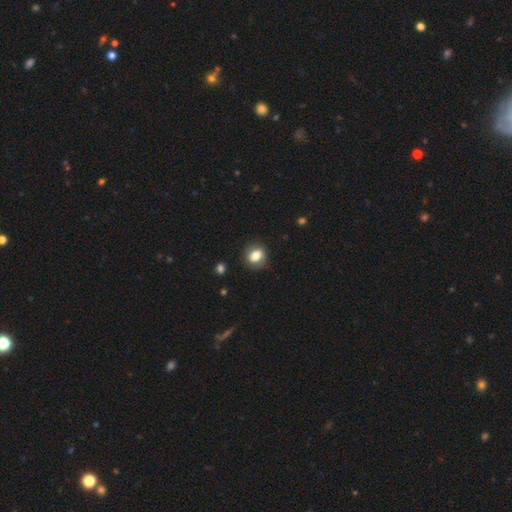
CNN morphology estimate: Smooth or featured: smooth — 77% (featured or disk — 14%)
How rounded: round — 53% (in between — 46%)
Merging: none — 83% (minor disturbance — 12%)